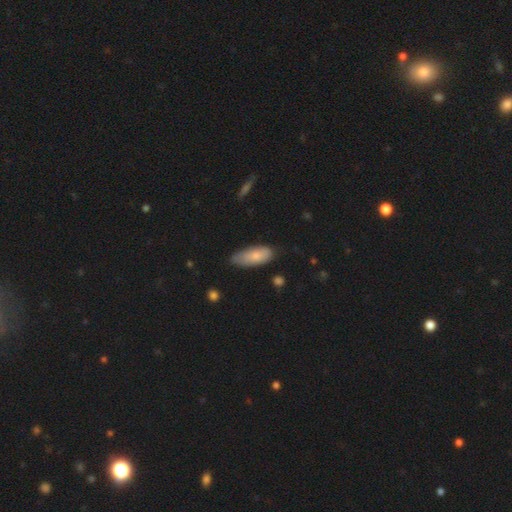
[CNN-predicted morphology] type=smooth (78%); roundness=in between (81%); merging=none (59%).